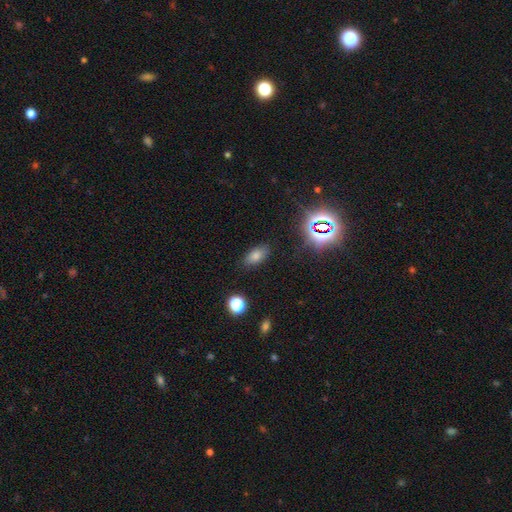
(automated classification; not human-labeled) Smooth or featured? Predicted: smooth (p=0.71). How rounded? Predicted: in between (p=0.87). Merging? Predicted: none (p=0.84).